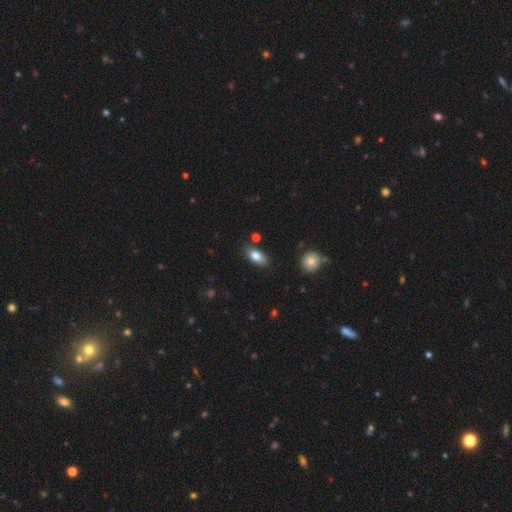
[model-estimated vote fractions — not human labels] A smooth galaxy with no disk features (80%) that is in between round and cigar-shaped (88%). Merging: none (82%).